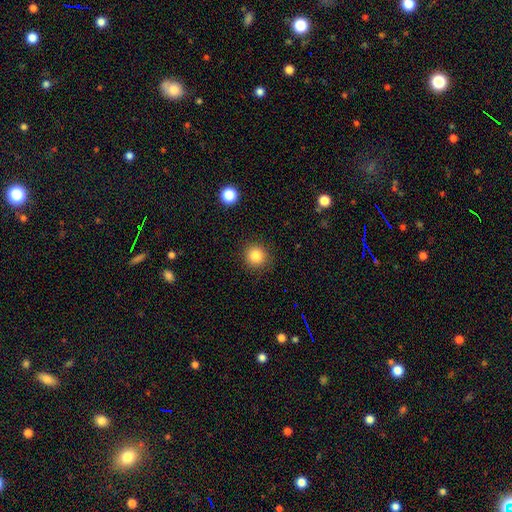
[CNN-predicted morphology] Smooth or featured?
  - smooth: 84% *
  - star or artifact: 11%
  - featured or disk: 5%
How rounded?
  - round: 93% *
  - in between: 6%
  - cigar-shaped: 1%
Merging?
  - none: 90% *
  - minor disturbance: 7%
  - major disturbance: 2%
  - merger: 1%